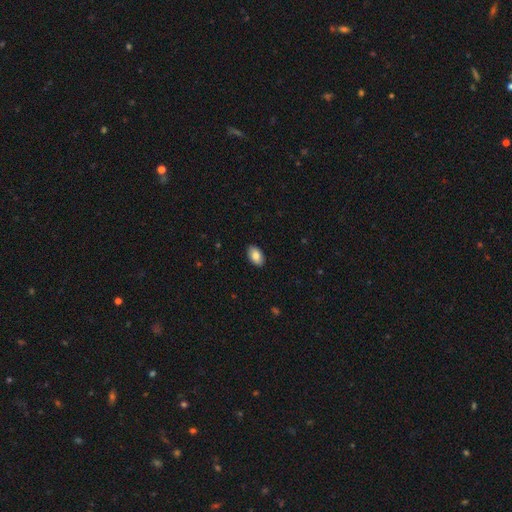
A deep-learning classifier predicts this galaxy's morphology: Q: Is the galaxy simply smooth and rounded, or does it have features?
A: smooth — 83%.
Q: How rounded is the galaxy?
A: in between — 93%.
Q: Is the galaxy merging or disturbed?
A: none — 90%.